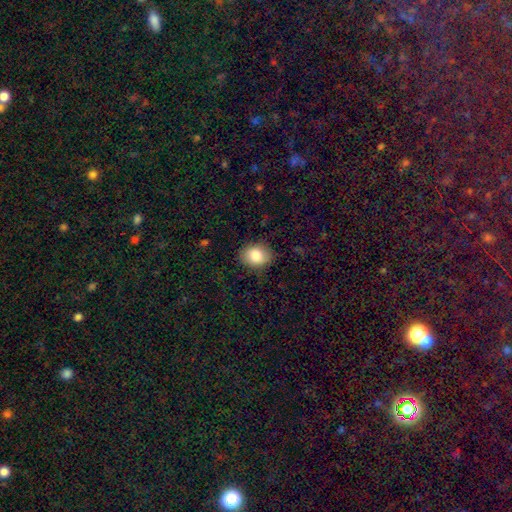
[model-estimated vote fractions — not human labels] smooth_or_featured: smooth (p=0.83) [alt: star or artifact p=0.09]
how_rounded: round (p=0.50) [alt: in between p=0.49]
merging: none (p=0.84) [alt: minor disturbance p=0.12]